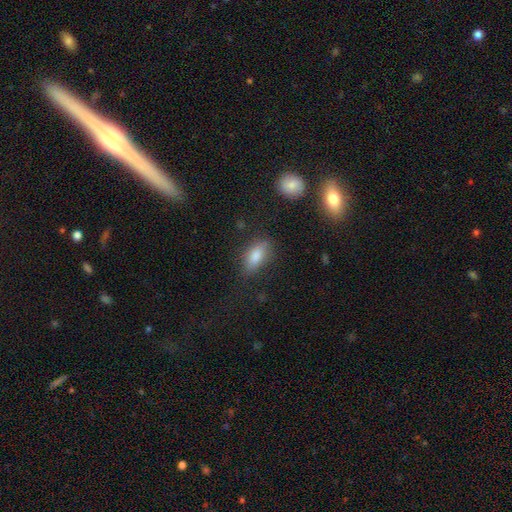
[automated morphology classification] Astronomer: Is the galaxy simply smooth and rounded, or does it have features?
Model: smooth — 78%.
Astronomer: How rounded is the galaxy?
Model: in between — 86%.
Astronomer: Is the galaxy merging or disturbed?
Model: none — 77%.